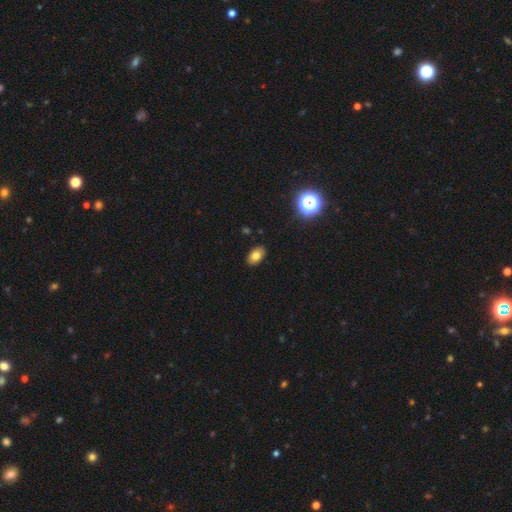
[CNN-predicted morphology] Smooth or featured? smooth (77%)
How rounded? in between (90%)
Merging? none (88%)